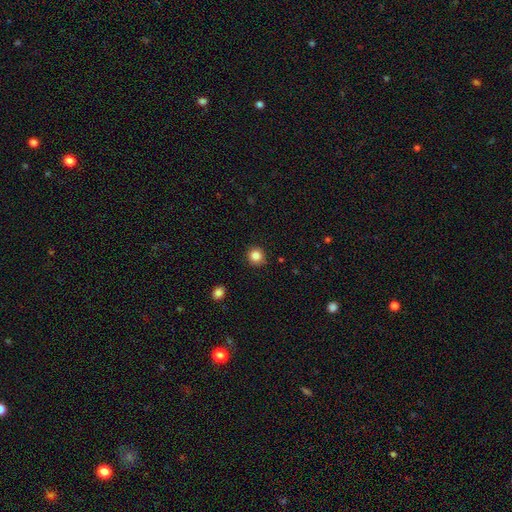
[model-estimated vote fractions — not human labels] A smooth galaxy with no disk features (85%) that is round (92%). Merging: none (89%).